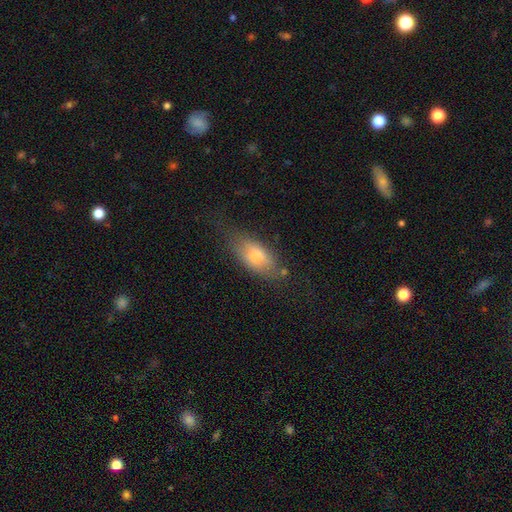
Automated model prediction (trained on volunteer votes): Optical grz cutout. It shows a smooth galaxy with no disk features (70%) that is in between round and cigar-shaped (81%). Merging: none (59%).